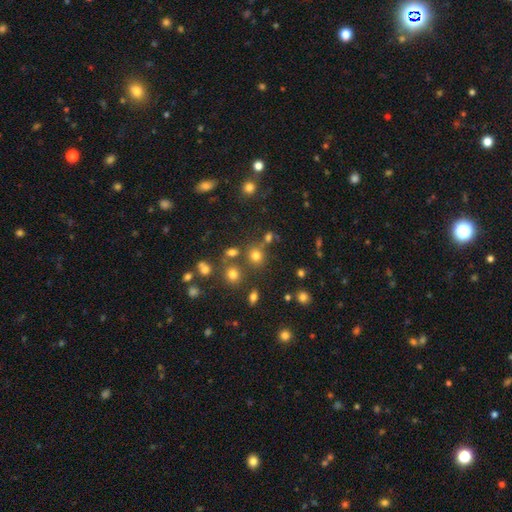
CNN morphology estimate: smooth 71%, star or artifact 22%, featured or disk 8%. Down the decision tree: how rounded — round (85%); merging — none (73%).